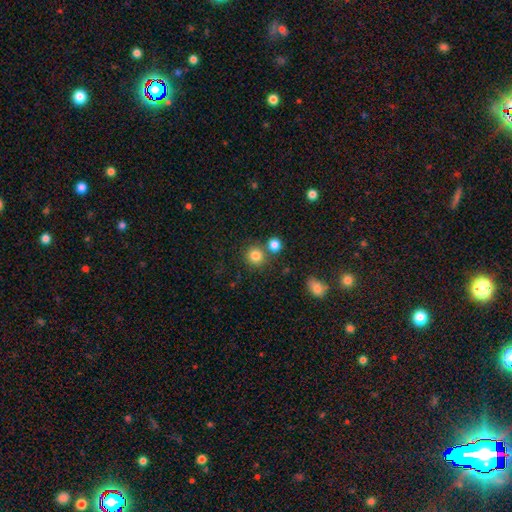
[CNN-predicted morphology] smooth_or_featured: smooth (p=0.82) [alt: star or artifact p=0.12]
how_rounded: round (p=0.91) [alt: in between p=0.08]
merging: none (p=0.73) [alt: merger p=0.16]